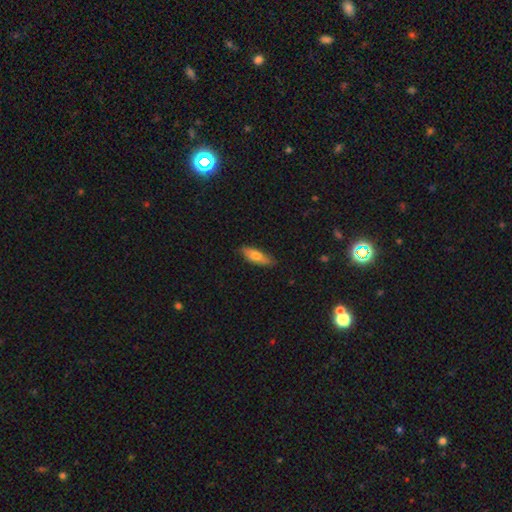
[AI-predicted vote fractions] Smooth or featured? Predicted: smooth (p=0.69). How rounded? Predicted: in between (p=0.56). Merging? Predicted: none (p=0.81).